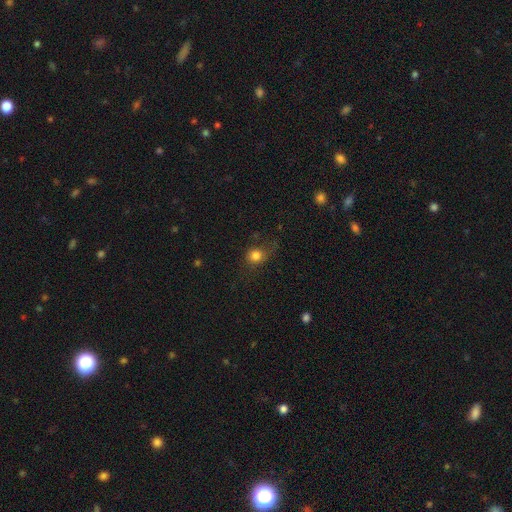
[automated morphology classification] Smooth or featured? smooth (78%)
How rounded? round (79%)
Merging? none (61%)